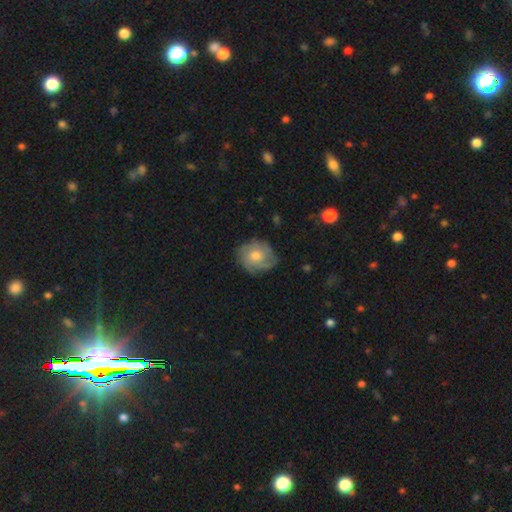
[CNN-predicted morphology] This appears to be a featured or disk galaxy (59%) with no bar (81%), spiral arms (83%) and a moderate central bulge (66%). Merging: none (73%).